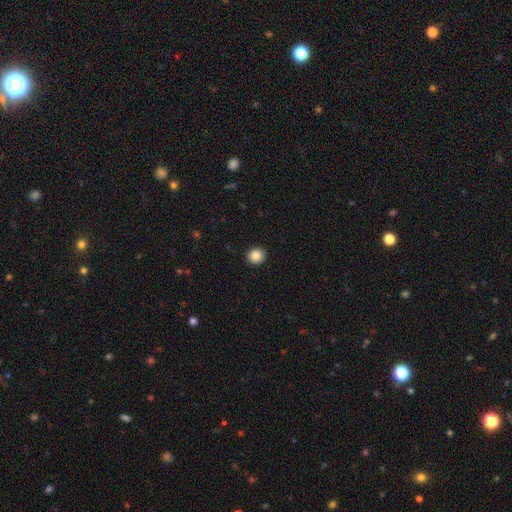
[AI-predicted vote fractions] This is clearly a smooth galaxy (87%). How rounded: clearly round (89%). Merging: clearly none (93%).